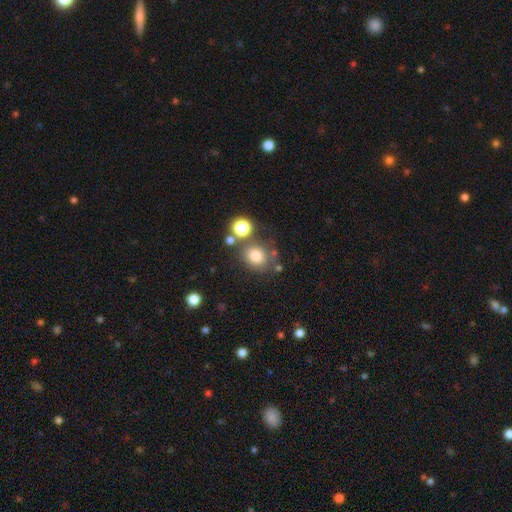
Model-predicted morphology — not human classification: smooth-or-featured: smooth: 76% | star or artifact: 13% | featured or disk: 10%
  how-rounded: round: 72% | in between: 27% | cigar-shaped: 1%
  merging: none: 65% | merger: 15% | minor disturbance: 14% | major disturbance: 7%